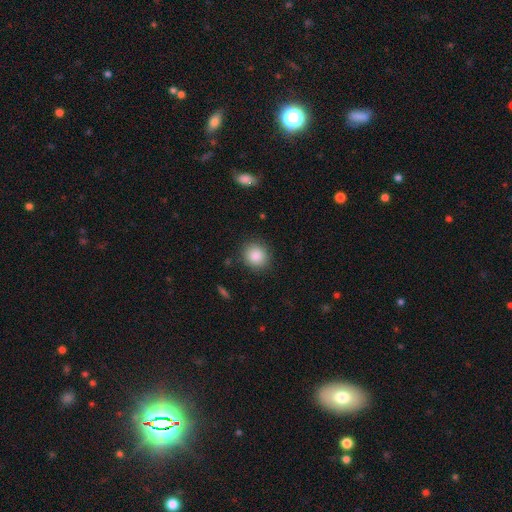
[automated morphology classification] type=smooth (86%); roundness=round (82%); merging=none (87%).